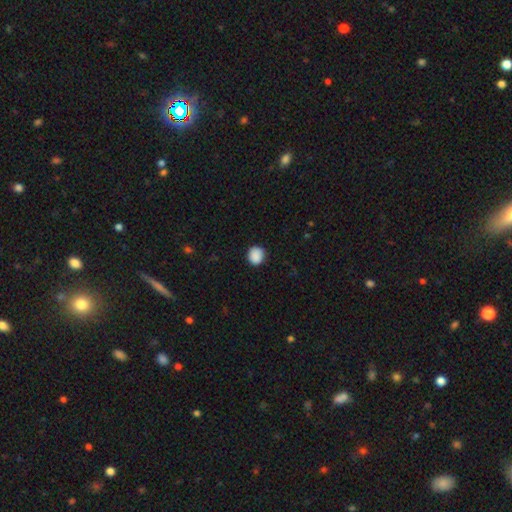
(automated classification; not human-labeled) This is clearly a smooth galaxy (89%). How rounded: clearly round (84%). Merging: clearly none (88%).